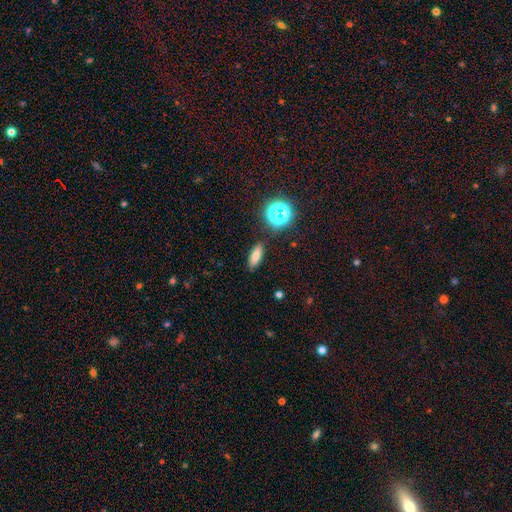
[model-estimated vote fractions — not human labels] Q: Smooth or featured?
A: smooth (74%); runner-up: star or artifact (16%)
Q: How rounded?
A: in between (60%); runner-up: cigar-shaped (33%)
Q: Merging?
A: none (85%); runner-up: minor disturbance (10%)